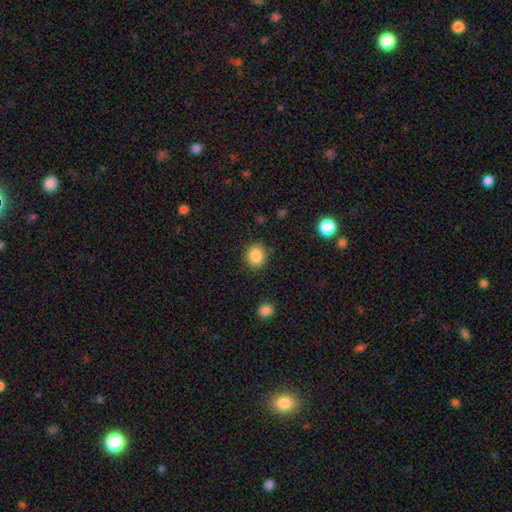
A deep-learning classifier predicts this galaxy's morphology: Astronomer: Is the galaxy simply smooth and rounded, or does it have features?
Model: smooth — 86%.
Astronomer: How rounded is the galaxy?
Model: round — 77%.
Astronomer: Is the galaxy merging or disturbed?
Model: none — 88%.